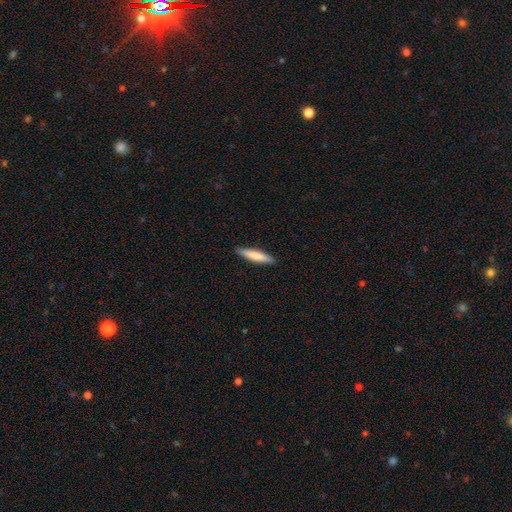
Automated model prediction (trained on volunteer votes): Smooth or featured? smooth (79%)
How rounded? cigar-shaped (86%)
Merging? none (90%)